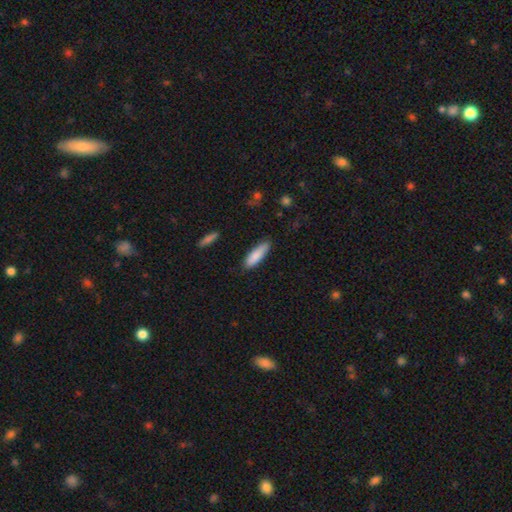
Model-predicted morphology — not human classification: Overall: smooth (85%). How rounded: cigar-shaped (59%; in between 39%). Merging: none (84%).